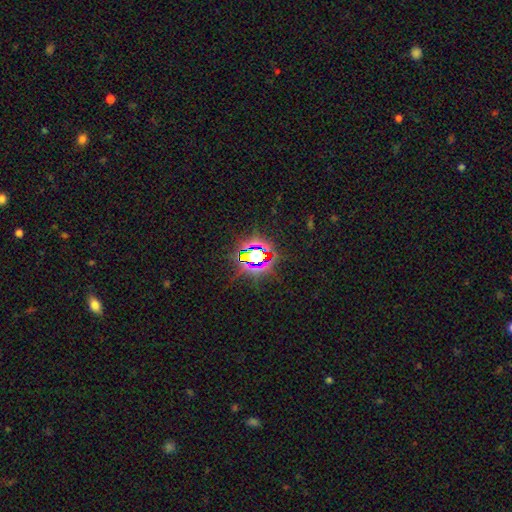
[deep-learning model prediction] Morphology: type=star or artifact (73%).